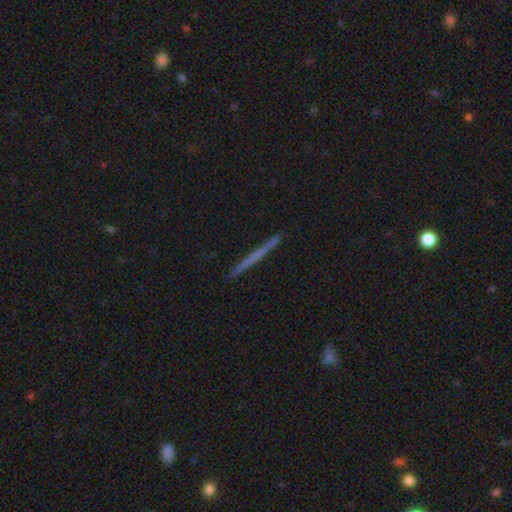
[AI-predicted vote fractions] A featured or disk galaxy (52%) viewed edge-on (98%) with no central bulge (89%).

Vote fractions:
- Smooth or featured? featured or disk: 52% / smooth: 41% / star or artifact: 7%
- Edge-on disk? yes: 98% / no: 2%
- Edge-on bulge? none: 89% / rounded: 7% / boxy: 3%
- Merging? none: 93% / minor disturbance: 5% / major disturbance: 1% / merger: 1%